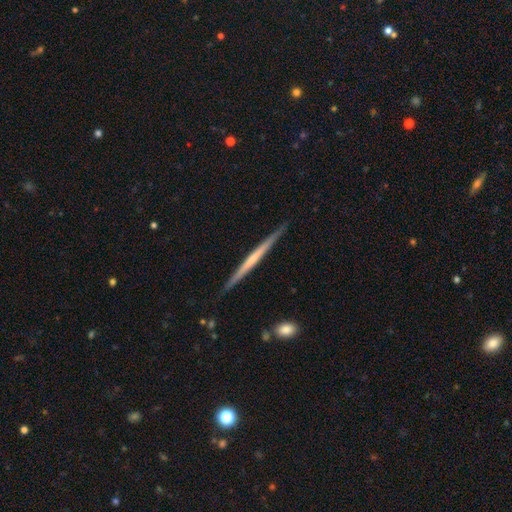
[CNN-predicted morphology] Smooth or featured?
  - featured or disk: 68% *
  - smooth: 26%
  - star or artifact: 6%
Edge-on disk?
  - yes: 98% *
  - no: 2%
Edge-on bulge?
  - none: 65% *
  - rounded: 29%
  - boxy: 6%
Merging?
  - none: 90% *
  - minor disturbance: 7%
  - major disturbance: 1%
  - merger: 1%